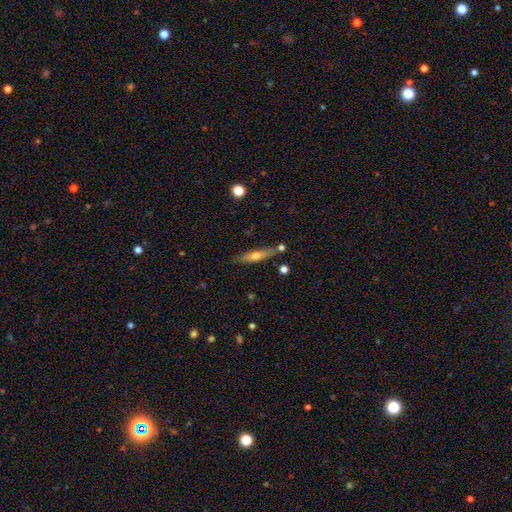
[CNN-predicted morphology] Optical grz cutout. It shows a smooth galaxy with no disk features (53%) that is cigar-shaped (83%). Merging: none (76%).